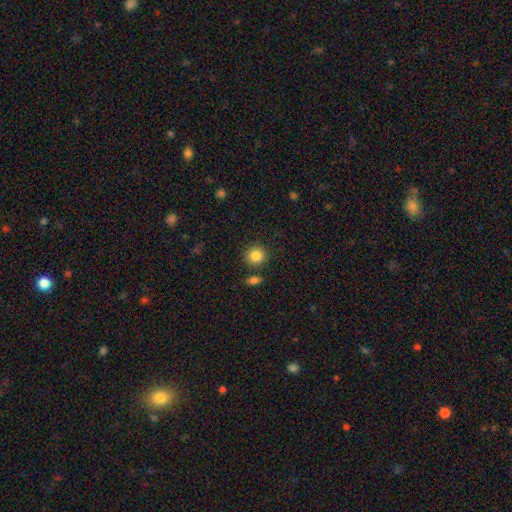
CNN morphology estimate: This is clearly a smooth galaxy (85%). How rounded: clearly round (90%). Merging: clearly none (83%).